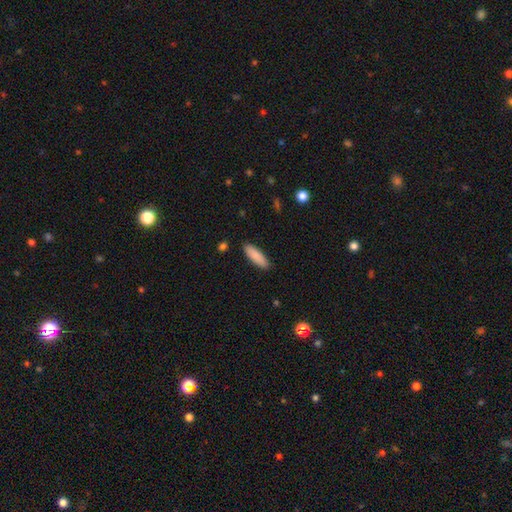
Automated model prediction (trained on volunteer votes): The model was most divided on "how rounded": cigar-shaped: 52%, in between: 47%, round: 1%. More confident: merging — none (88%); smooth or featured — smooth (88%).